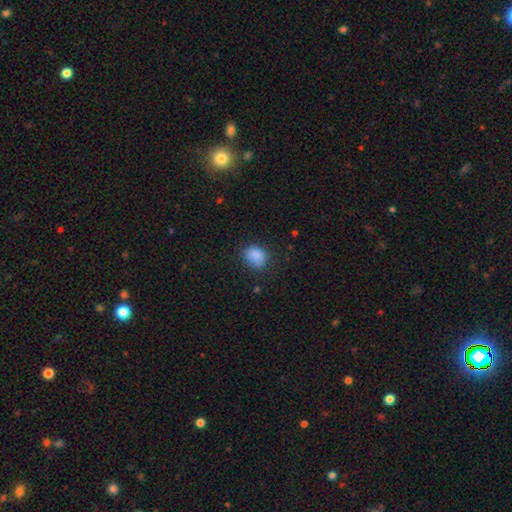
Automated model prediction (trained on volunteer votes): Smooth or featured? smooth (85%)
How rounded? in between (52%)
Merging? none (68%)